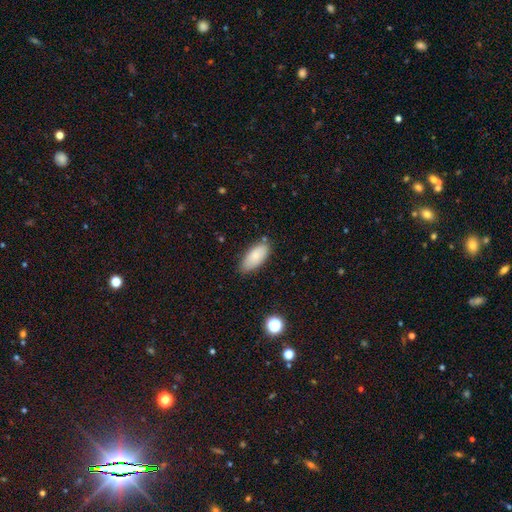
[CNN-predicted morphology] type=smooth (80%); roundness=in between (89%); merging=none (79%).